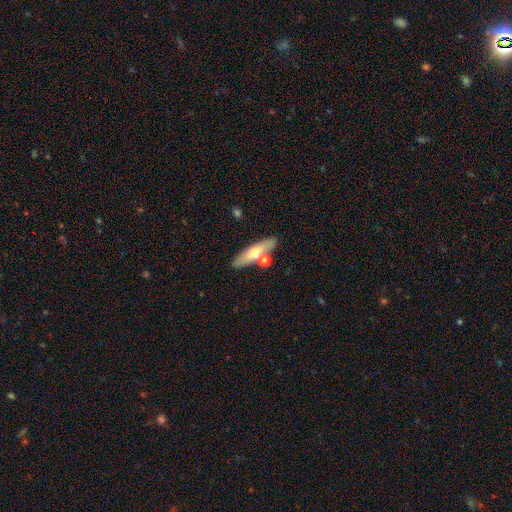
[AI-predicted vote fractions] The model was most divided on "smooth or featured": smooth: 57%, featured or disk: 36%, star or artifact: 7%. More confident: merging — none (72%); how rounded — cigar-shaped (65%).